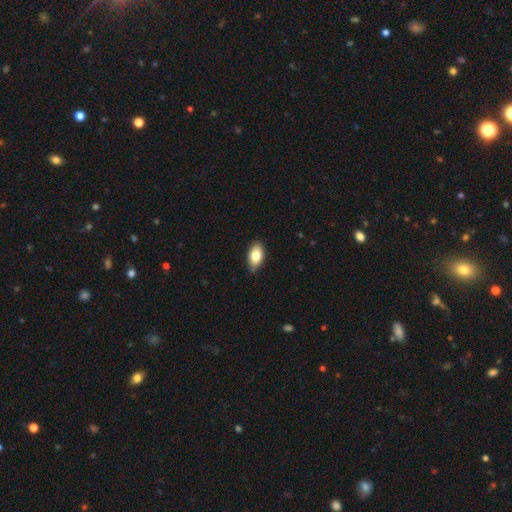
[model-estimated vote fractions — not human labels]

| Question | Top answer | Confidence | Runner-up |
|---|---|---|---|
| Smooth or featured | smooth | 80% | featured or disk (13%) |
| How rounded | in between | 92% | round (5%) |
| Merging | none | 80% | minor disturbance (17%) |